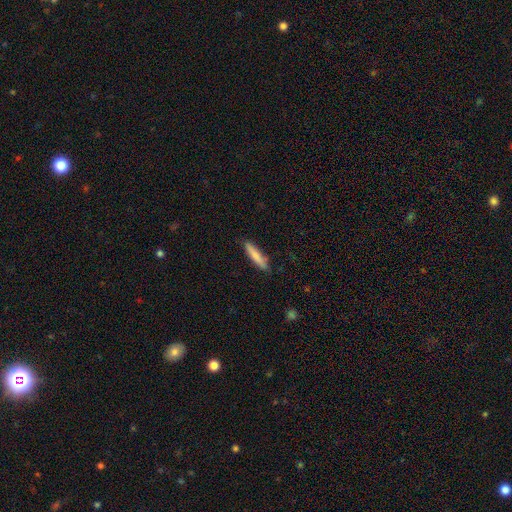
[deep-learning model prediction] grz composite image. It shows a smooth galaxy with no disk features (82%) that is cigar-shaped (85%). Merging: none (85%).